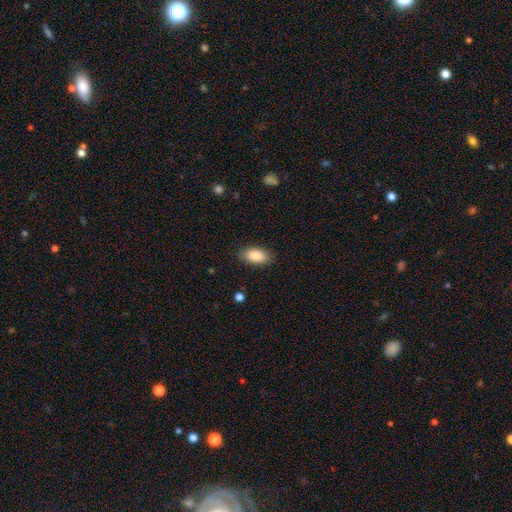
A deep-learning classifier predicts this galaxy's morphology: Smooth or featured: smooth — 89% (star or artifact — 7%)
How rounded: in between — 93% (cigar-shaped — 4%)
Merging: none — 87% (minor disturbance — 10%)